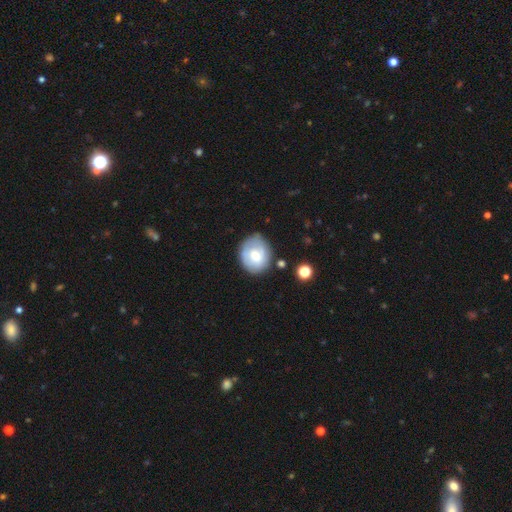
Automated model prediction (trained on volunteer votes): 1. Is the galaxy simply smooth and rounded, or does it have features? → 60% smooth, 32% featured or disk, 8% star or artifact.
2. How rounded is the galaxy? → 70% round, 29% in between, 1% cigar-shaped.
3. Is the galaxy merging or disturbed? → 73% none, 18% minor disturbance, 5% major disturbance, 4% merger.